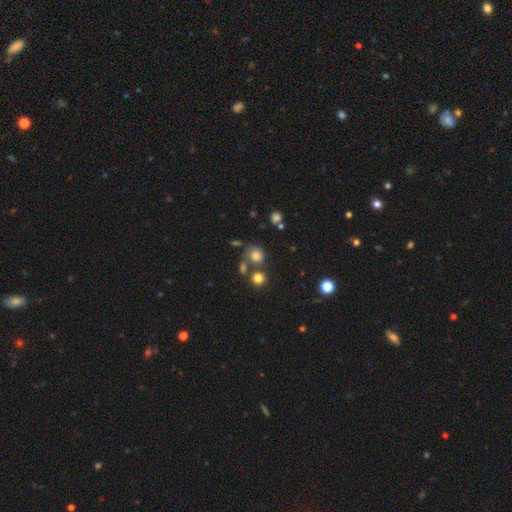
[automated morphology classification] Smooth or featured? smooth (76%)
How rounded? round (80%)
Merging? none (57%)